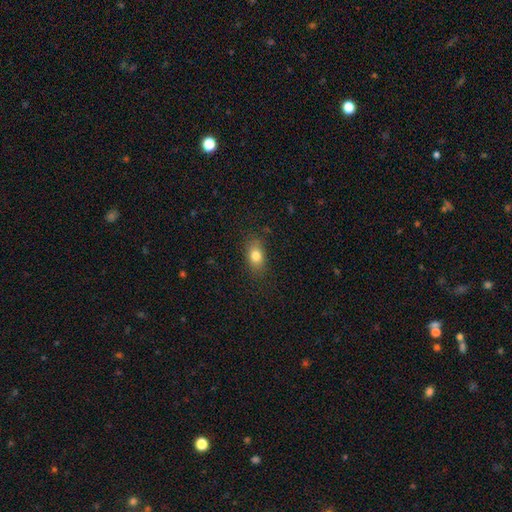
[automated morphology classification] Smooth or featured? Predicted: smooth (p=0.81). How rounded? Predicted: in between (p=0.80). Merging? Predicted: none (p=0.82).